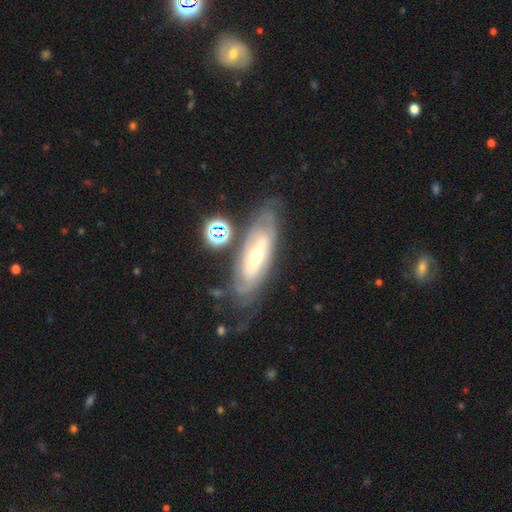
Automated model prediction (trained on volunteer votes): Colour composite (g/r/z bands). It shows a featured or disk galaxy (75%) with no bar (49%), spiral arms (76%) and a moderate central bulge (54%). Merging: none (65%).